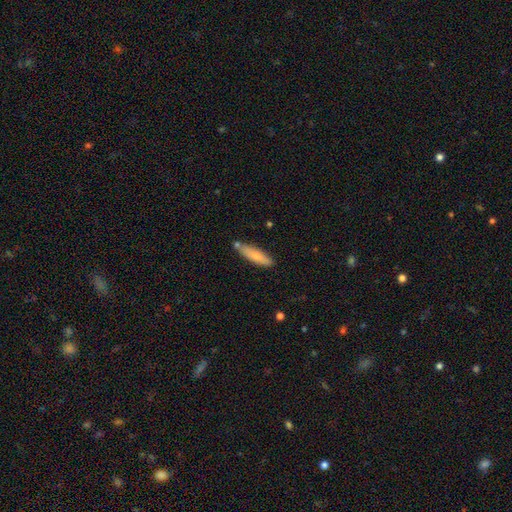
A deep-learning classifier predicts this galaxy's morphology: A smooth galaxy with no disk features (74%) that is cigar-shaped (71%). Merging: none (74%).